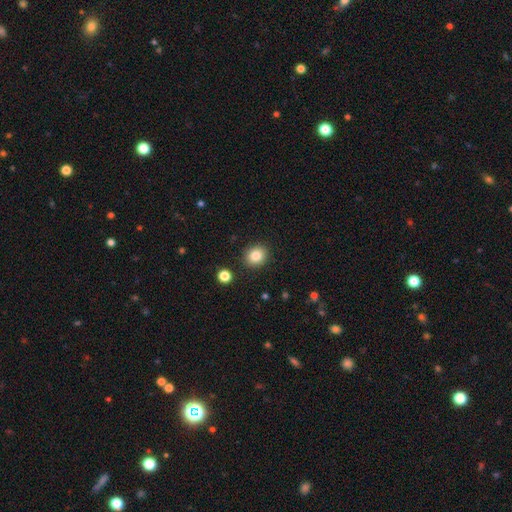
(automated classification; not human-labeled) Smooth or featured: smooth — 85% (star or artifact — 10%)
How rounded: round — 71% (in between — 28%)
Merging: none — 89% (minor disturbance — 7%)